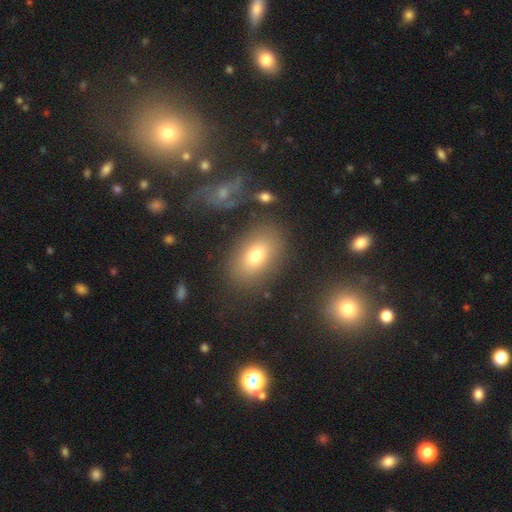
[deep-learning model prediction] Q: Smooth or featured?
A: smooth (73%); runner-up: featured or disk (15%)
Q: How rounded?
A: in between (83%); runner-up: round (15%)
Q: Merging?
A: none (80%); runner-up: minor disturbance (11%)